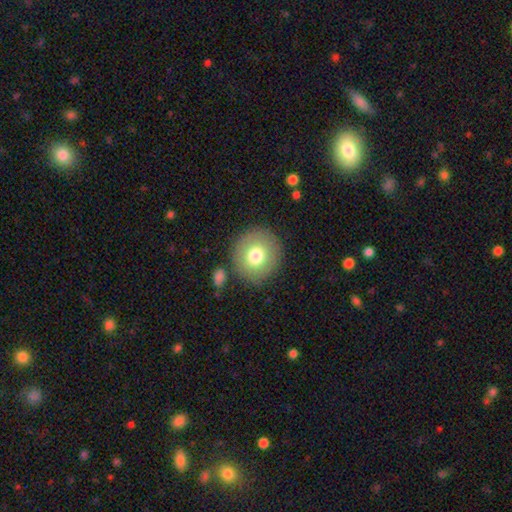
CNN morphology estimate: A smooth galaxy with no disk features (75%) that is round (90%). Merging: none (82%).